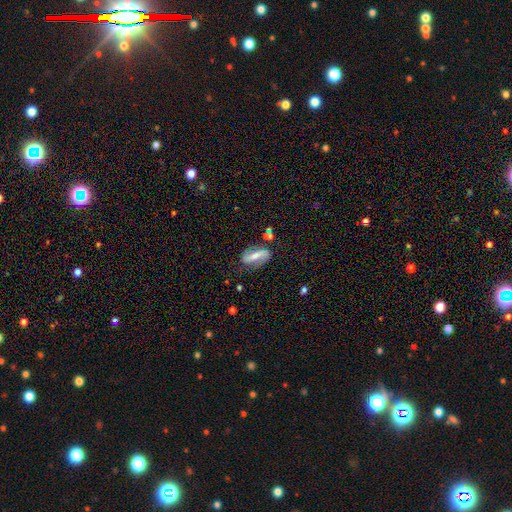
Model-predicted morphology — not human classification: A featured or disk galaxy (67%) with a strong bar (60%), 2 (85%) loose (43%) spiral arms (84%) and a moderate central bulge (44%).

Vote fractions:
- Smooth or featured? featured or disk: 67% / smooth: 26% / star or artifact: 7%
- Edge-on disk? no: 90% / yes: 10%
- Bar? strong: 60% / weak: 24% / no: 16%
- Spiral arms? yes: 84% / no: 16%
- Spiral winding? loose: 43% / medium: 36% / tight: 21%
- Spiral arm count? 2: 85% / can't tell: 7% / 1: 6% / 3: 1% / 4: 1% / more than 4: 1%
- Bulge size? moderate: 44% / small: 43% / none: 6% / large: 6% / dominant: 2%
- Merging? none: 69% / minor disturbance: 19% / major disturbance: 8% / merger: 4%